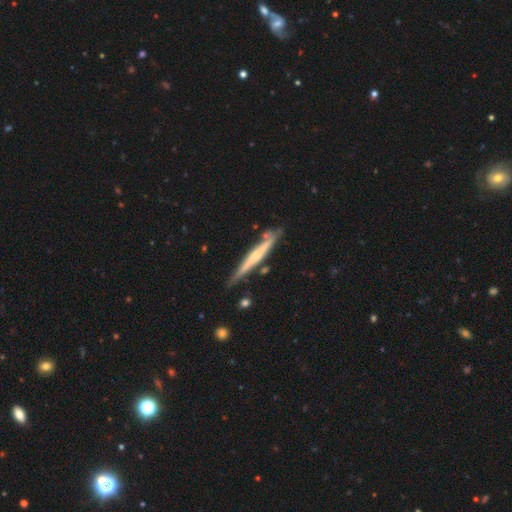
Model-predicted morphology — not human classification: This is possibly a featured or disk galaxy (56%). It is clearly viewed edge-on (95%). Edge-on bulge: possibly none (56%). Merging: likely none (76%).